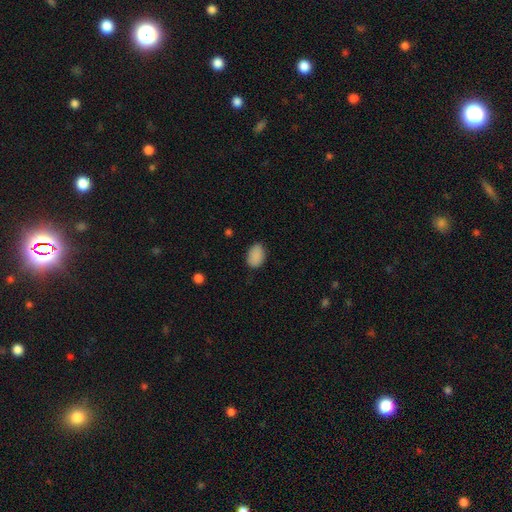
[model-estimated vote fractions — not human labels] Overall: smooth (89%). How rounded: in between (85%). Merging: none (82%).